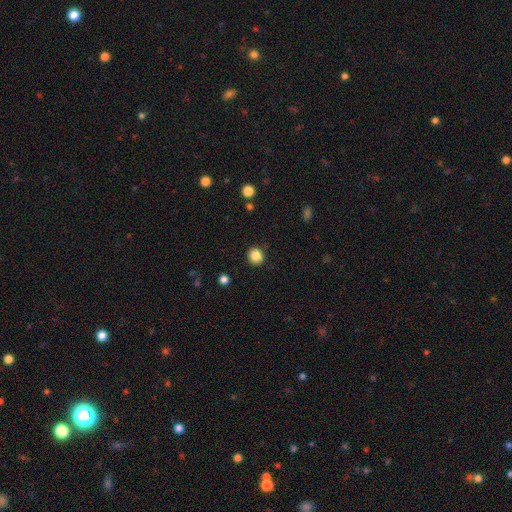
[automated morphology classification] type=smooth (85%); roundness=round (86%); merging=none (90%).